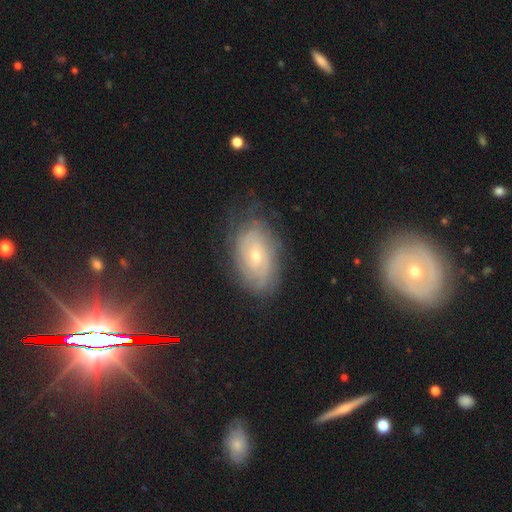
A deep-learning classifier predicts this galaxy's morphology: Smooth or featured? Predicted: featured or disk (p=0.73). Edge-on disk? Predicted: no (p=0.95). Bar? Predicted: no (p=0.68). Spiral arms? Predicted: yes (p=0.90). Spiral winding? Predicted: tight (p=0.76). Spiral arm count? Predicted: can't tell (p=0.57). Bulge size? Predicted: small (p=0.54). Merging? Predicted: none (p=0.75).